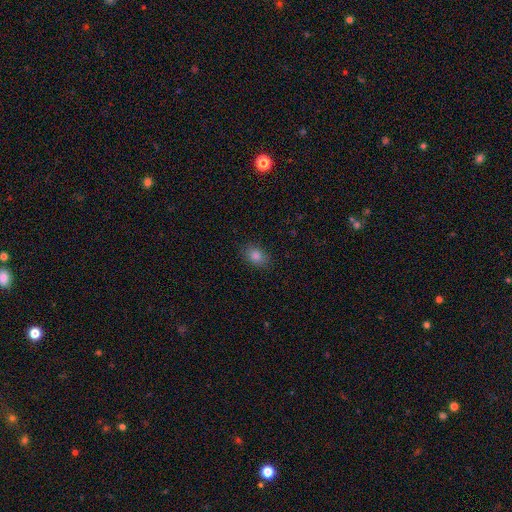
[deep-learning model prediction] Overall: smooth (83%). How rounded: in between (76%). Merging: none (87%).